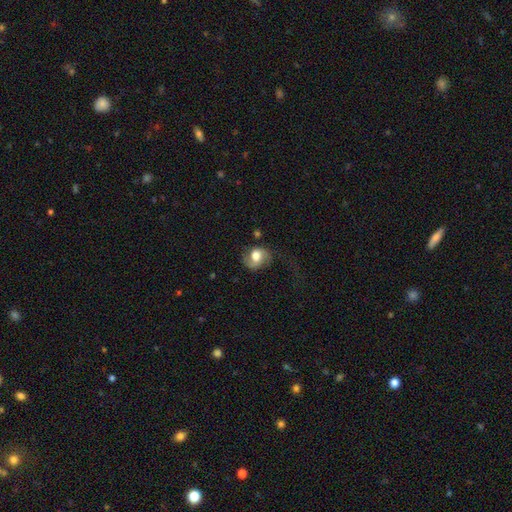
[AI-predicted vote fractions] Overall: featured or disk (53%; smooth 39%). Edge-on disk: no (97%). Bar: no (56%; weak 34%). Spiral arms: yes (86%). Bulge size: large (43%; moderate 42%). Merging: none (55%; minor disturbance 23%).